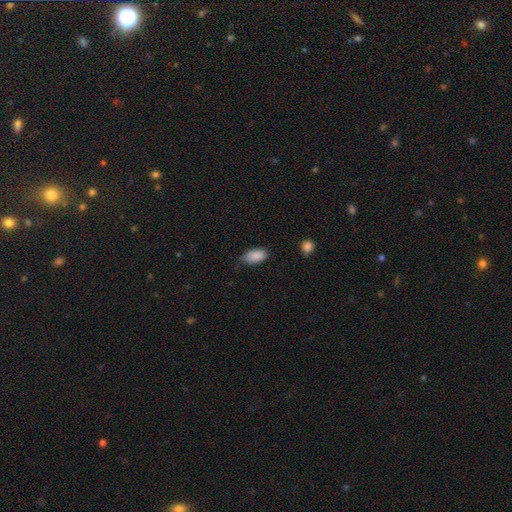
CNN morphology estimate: A smooth galaxy with no disk features (88%) that is in between round and cigar-shaped (93%).

Vote fractions:
- Smooth or featured? smooth: 88% / star or artifact: 7% / featured or disk: 5%
- How rounded? in between: 93% / round: 3% / cigar-shaped: 3%
- Merging? none: 63% / minor disturbance: 31% / major disturbance: 5% / merger: 2%